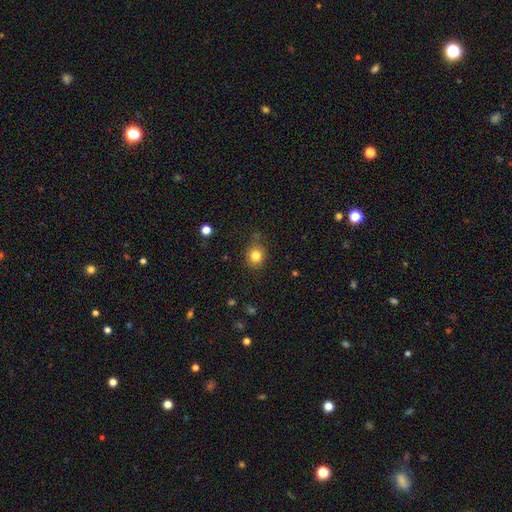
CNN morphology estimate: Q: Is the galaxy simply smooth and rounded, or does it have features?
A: smooth — 82%.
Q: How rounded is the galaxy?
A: round — 77%.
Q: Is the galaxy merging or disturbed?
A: none — 79%.